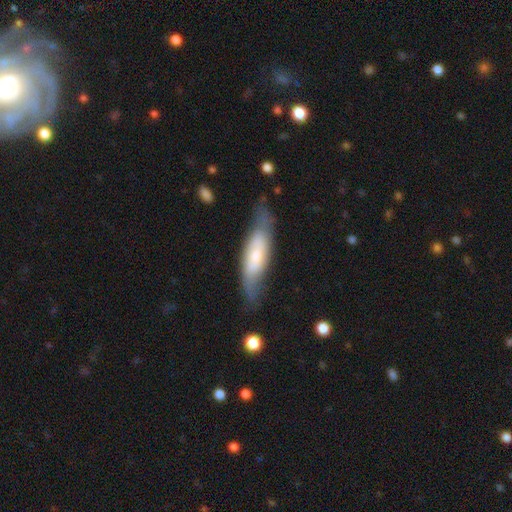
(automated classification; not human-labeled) The model was most divided on "smooth or featured": smooth: 49%, featured or disk: 45%, star or artifact: 6%. More confident: merging — none (65%).